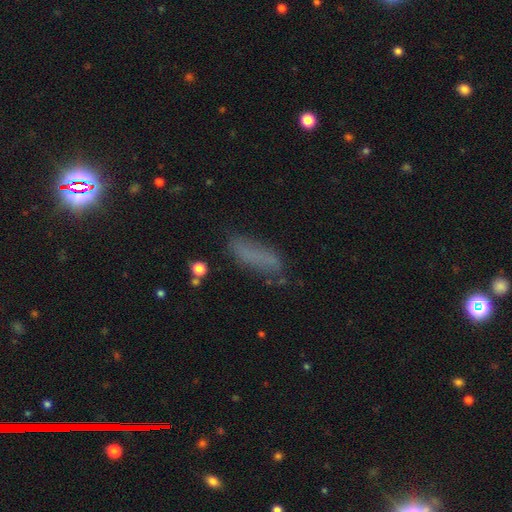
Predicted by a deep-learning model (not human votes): A smooth galaxy with no disk features (61%) that is cigar-shaped (51%).

Vote fractions:
- Smooth or featured? smooth: 61% / featured or disk: 22% / star or artifact: 17%
- How rounded? cigar-shaped: 51% / in between: 46% / round: 3%
- Merging? none: 58% / minor disturbance: 25% / major disturbance: 13% / merger: 4%